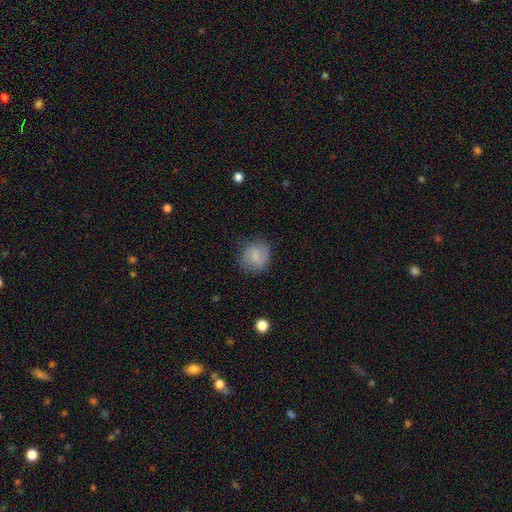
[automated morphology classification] Smooth or featured? Predicted: smooth (p=0.73). How rounded? Predicted: round (p=0.82). Merging? Predicted: none (p=0.74).